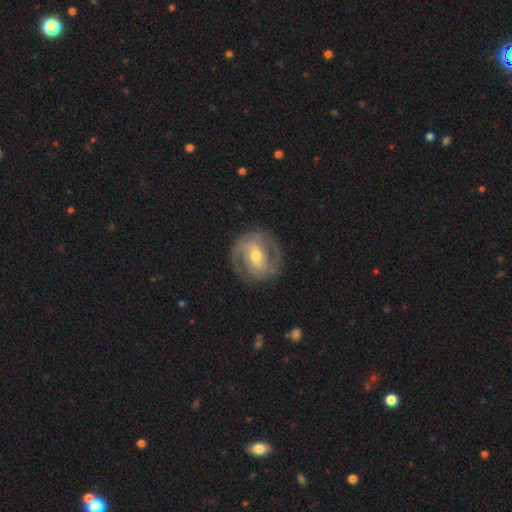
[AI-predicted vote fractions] Morphology: type=featured or disk (83%); edge-on=no (97%); bar=weak (46%); spiral arms=yes (92%); winding=medium (47%); arm count=2 (79%); bulge=moderate (59%); merging=none (82%).